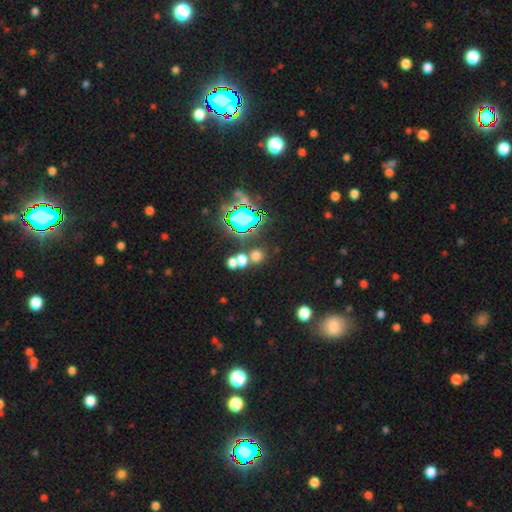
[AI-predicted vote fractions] smooth 59%, star or artifact 33%, featured or disk 9%. Down the decision tree: how rounded — round (80%); merging — none (63%).